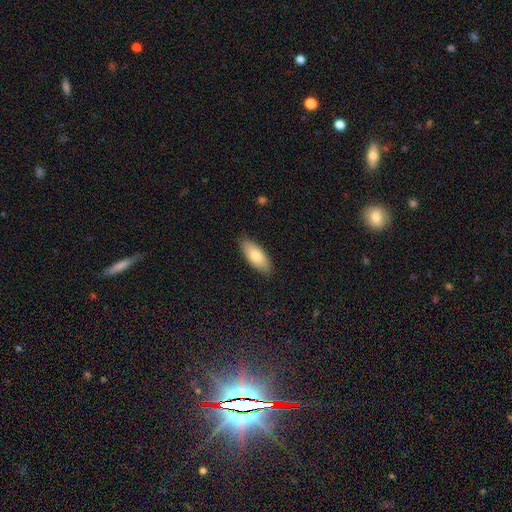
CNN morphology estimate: This appears to be a smooth galaxy with no disk features (79%) that is in between round and cigar-shaped (81%). Merging: none (85%).